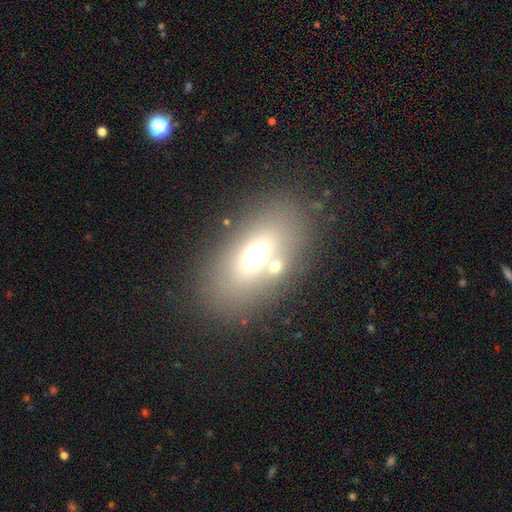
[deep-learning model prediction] Overall: smooth (62%). How rounded: in between (82%). Merging: none (73%).